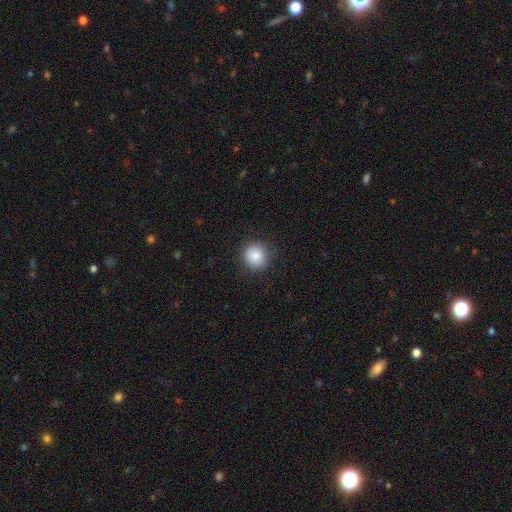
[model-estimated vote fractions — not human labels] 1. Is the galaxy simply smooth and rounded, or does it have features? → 84% smooth, 9% star or artifact, 7% featured or disk.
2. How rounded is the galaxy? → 92% round, 8% in between, 1% cigar-shaped.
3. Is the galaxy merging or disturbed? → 85% none, 11% minor disturbance, 3% major disturbance, 1% merger.